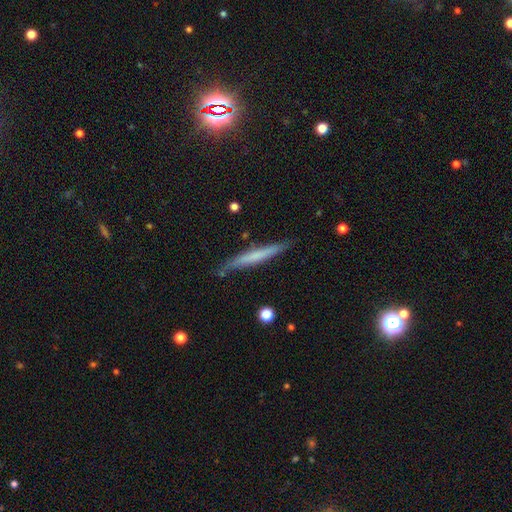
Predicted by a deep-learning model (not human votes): Morphology: type=smooth (53%); roundness=cigar-shaped (96%); merging=none (82%).